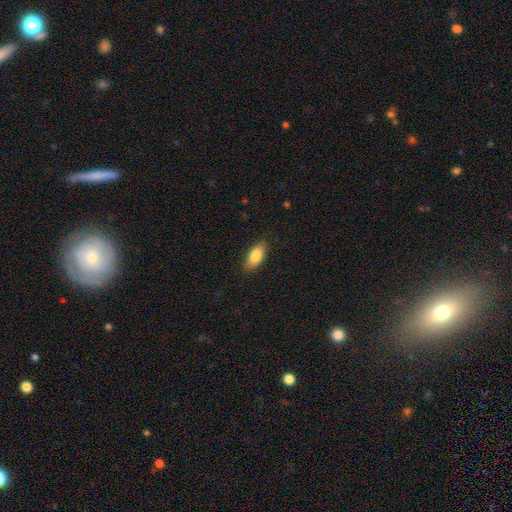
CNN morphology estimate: Smooth or featured? Predicted: smooth (p=0.83). How rounded? Predicted: in between (p=0.84). Merging? Predicted: none (p=0.85).